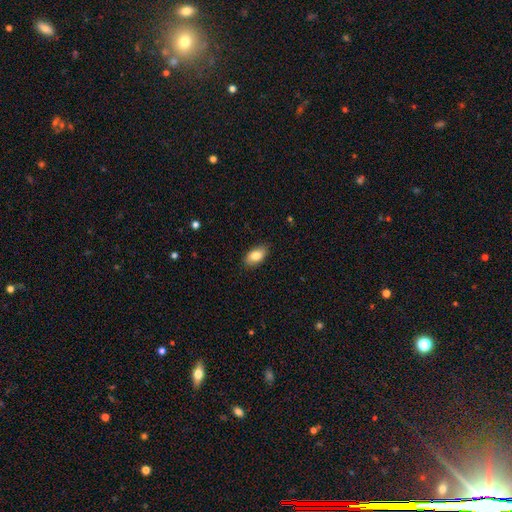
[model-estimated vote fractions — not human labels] Overall: smooth (83%). How rounded: in between (91%). Merging: none (85%).